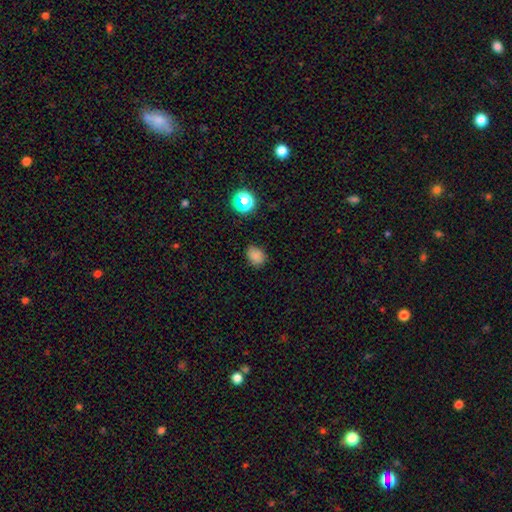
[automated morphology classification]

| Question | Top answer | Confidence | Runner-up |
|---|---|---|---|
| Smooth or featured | smooth | 79% | star or artifact (15%) |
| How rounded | in between | 60% | round (39%) |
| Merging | none | 81% | minor disturbance (15%) |